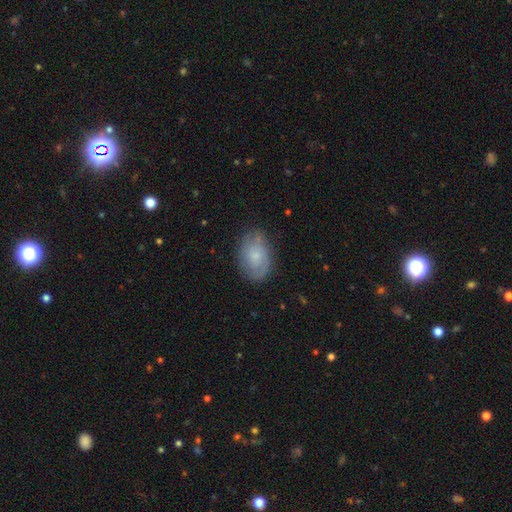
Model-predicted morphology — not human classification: smooth_or_featured: smooth (p=0.49) [alt: featured or disk p=0.44]
merging: none (p=0.77) [alt: minor disturbance p=0.17]